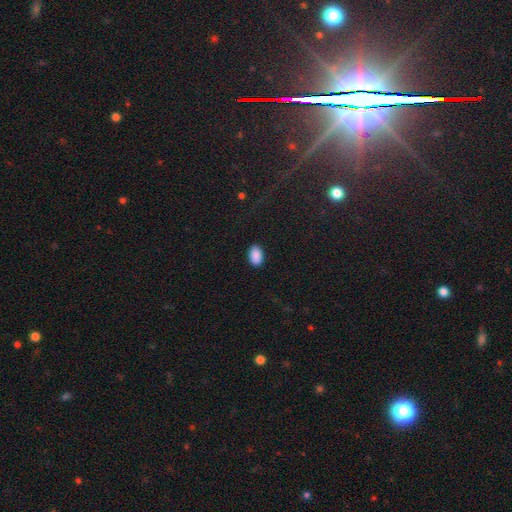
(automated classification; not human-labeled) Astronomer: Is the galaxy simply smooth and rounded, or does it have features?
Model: smooth — 90%.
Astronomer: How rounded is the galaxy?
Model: in between — 91%.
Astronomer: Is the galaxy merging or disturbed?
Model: none — 90%.